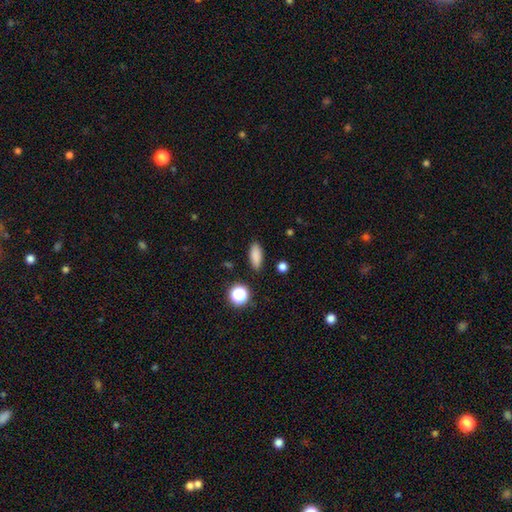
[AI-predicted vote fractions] The model was most divided on "how rounded": in between: 74%, cigar-shaped: 20%, round: 6%. More confident: merging — none (87%); smooth or featured — smooth (84%).